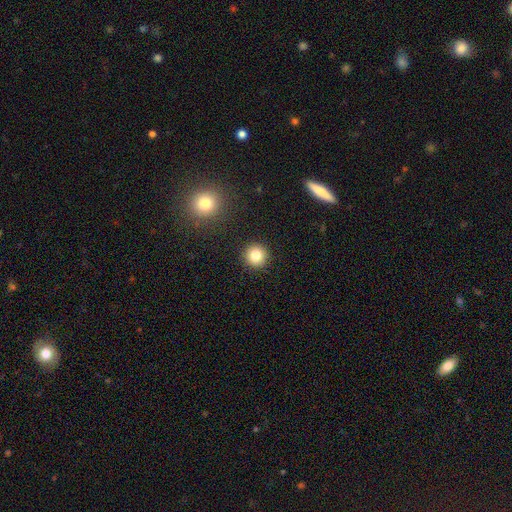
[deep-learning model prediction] Q: Smooth or featured?
A: smooth (82%); runner-up: star or artifact (11%)
Q: How rounded?
A: round (95%); runner-up: in between (4%)
Q: Merging?
A: none (92%); runner-up: minor disturbance (5%)